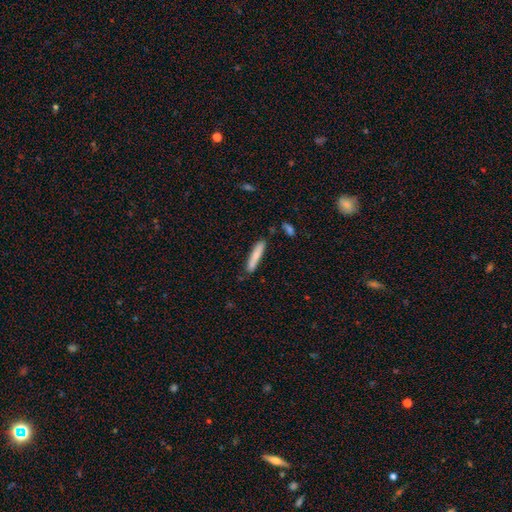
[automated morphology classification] This is likely a smooth galaxy (71%). How rounded: clearly cigar-shaped (89%). Merging: clearly none (81%).